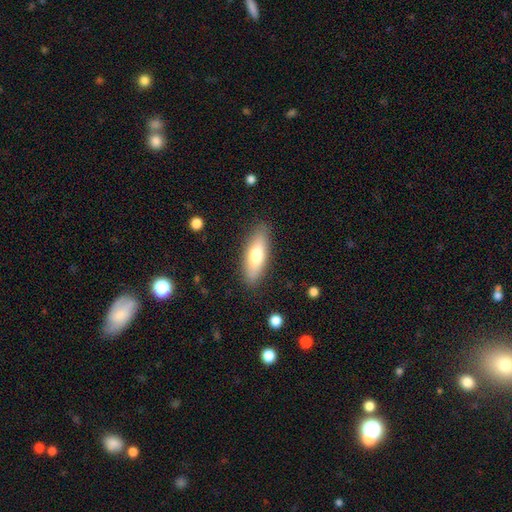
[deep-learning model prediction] Morphology: type=smooth (70%); roundness=in between (58%); merging=none (86%).